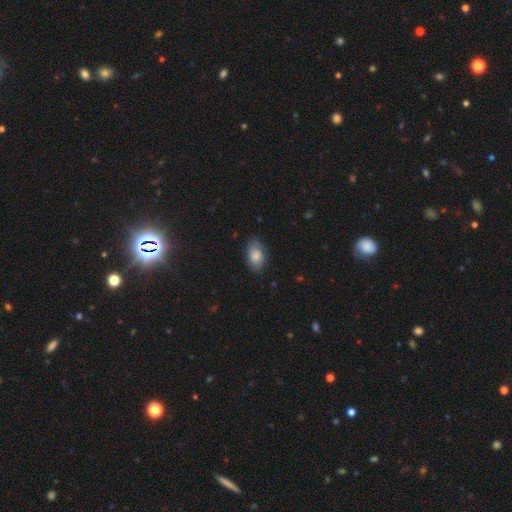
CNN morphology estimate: smooth_or_featured: smooth (p=0.78) [alt: featured or disk p=0.15]
how_rounded: in between (p=0.92) [alt: round p=0.07]
merging: none (p=0.78) [alt: minor disturbance p=0.17]